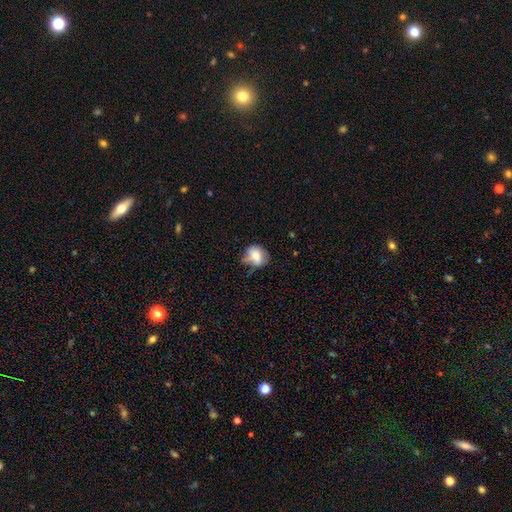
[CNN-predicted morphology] smooth 71%, featured or disk 19%, star or artifact 10%. Down the decision tree: how rounded — round (62%); merging — none (48%).